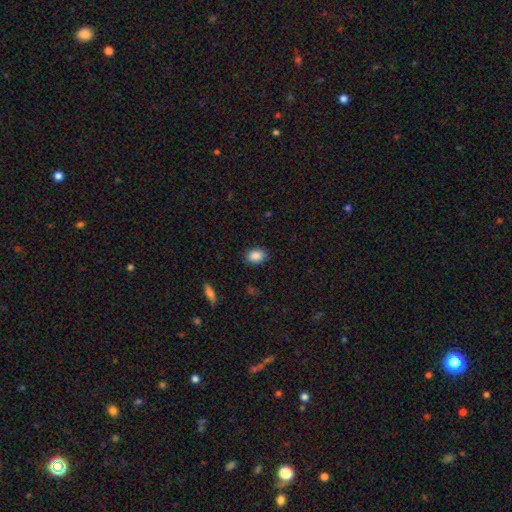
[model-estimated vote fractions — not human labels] Smooth or featured?
  - smooth: 88% *
  - star or artifact: 8%
  - featured or disk: 4%
How rounded?
  - in between: 75% *
  - round: 24%
  - cigar-shaped: 1%
Merging?
  - none: 87% *
  - minor disturbance: 10%
  - major disturbance: 2%
  - merger: 1%